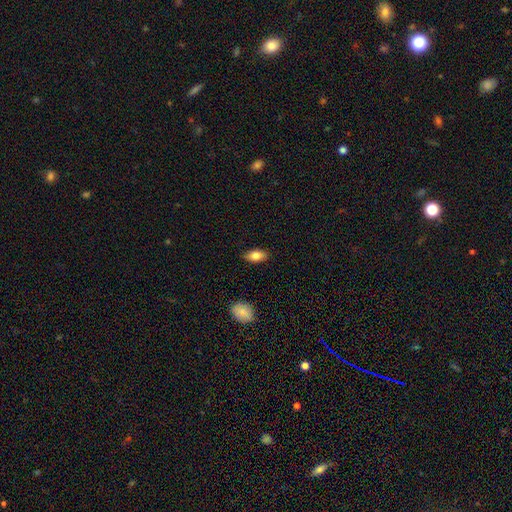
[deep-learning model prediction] Q: Smooth or featured?
A: smooth (82%); runner-up: featured or disk (11%)
Q: How rounded?
A: in between (90%); runner-up: cigar-shaped (6%)
Q: Merging?
A: none (86%); runner-up: minor disturbance (11%)